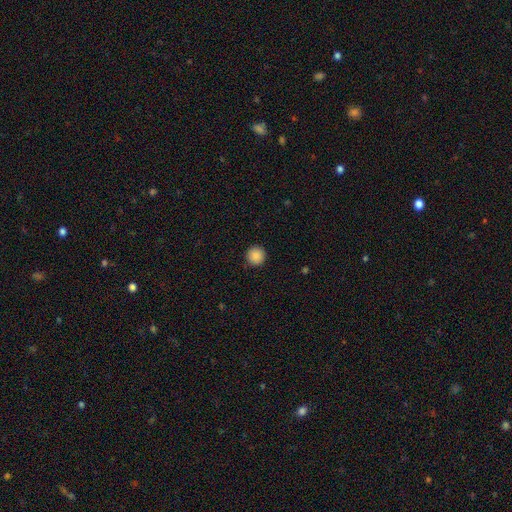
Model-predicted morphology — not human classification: This is clearly a smooth galaxy (89%). How rounded: clearly round (96%). Merging: clearly none (92%).